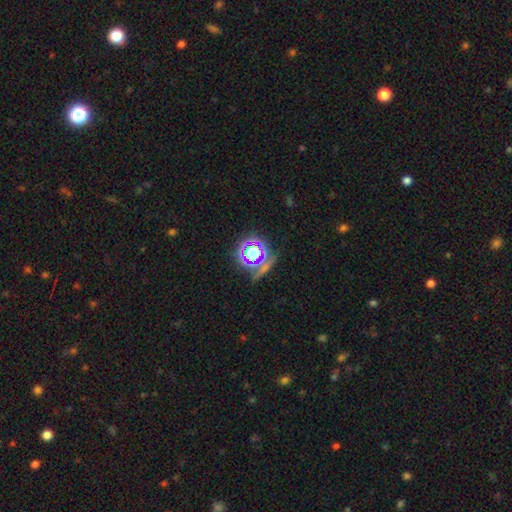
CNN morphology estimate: Q: Smooth or featured?
A: star or artifact (75%); runner-up: smooth (16%)